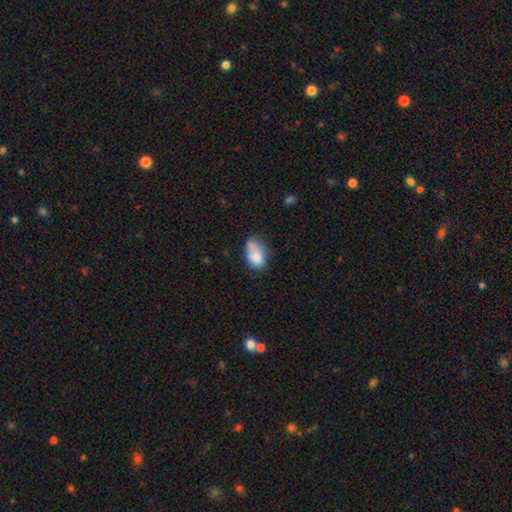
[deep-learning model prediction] A smooth galaxy with no disk features (74%) that is in between round and cigar-shaped (88%).

Vote fractions:
- Smooth or featured? smooth: 74% / featured or disk: 17% / star or artifact: 9%
- How rounded? in between: 88% / round: 9% / cigar-shaped: 2%
- Merging? none: 36% / minor disturbance: 33% / major disturbance: 16% / merger: 16%